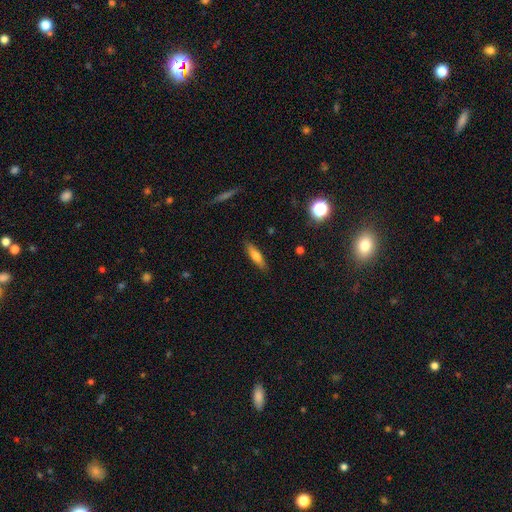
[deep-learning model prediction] Smooth or featured? smooth (63%)
How rounded? cigar-shaped (70%)
Merging? none (87%)